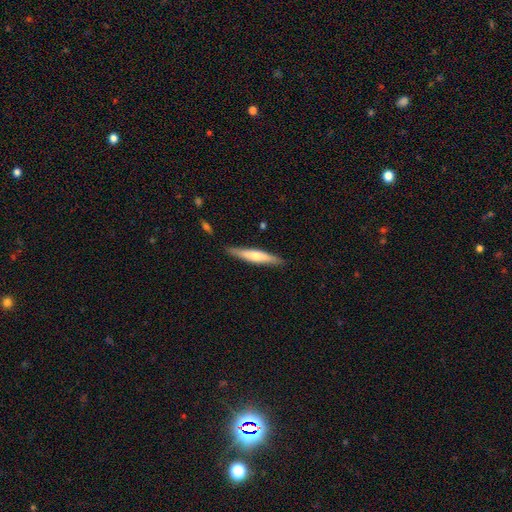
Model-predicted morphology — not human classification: Overall: smooth (52%; featured or disk 42%). How rounded: cigar-shaped (89%). Merging: none (87%).